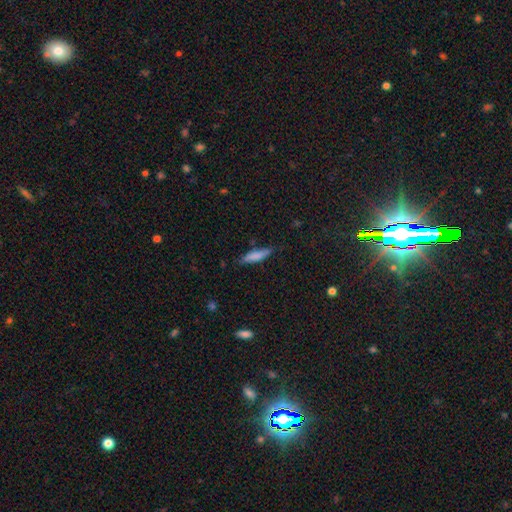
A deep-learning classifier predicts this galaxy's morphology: Smooth or featured?
  - smooth: 77% *
  - featured or disk: 16%
  - star or artifact: 7%
How rounded?
  - cigar-shaped: 75% *
  - in between: 24%
  - round: 2%
Merging?
  - none: 75% *
  - minor disturbance: 20%
  - major disturbance: 4%
  - merger: 2%